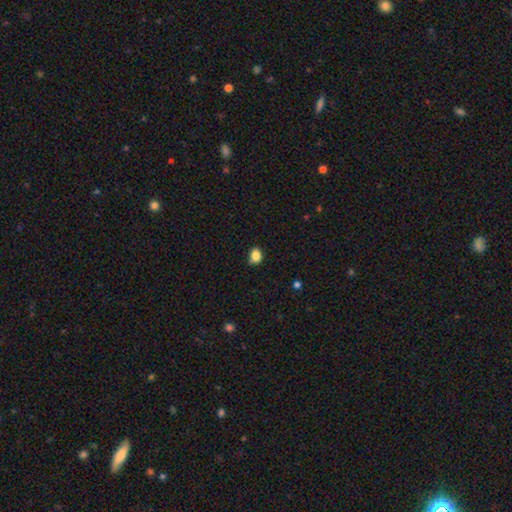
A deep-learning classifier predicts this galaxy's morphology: Overall: smooth (85%). How rounded: in between (54%; round 45%). Merging: none (71%).